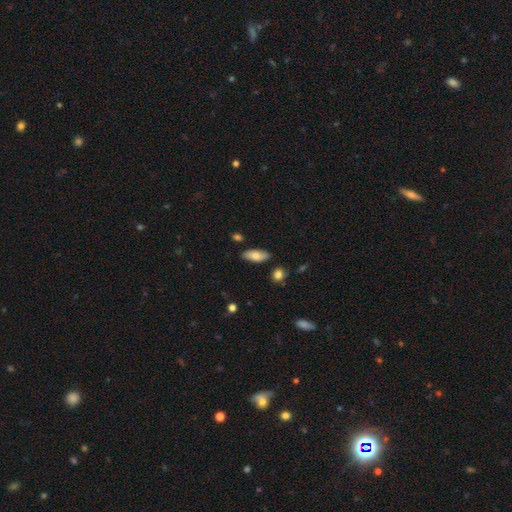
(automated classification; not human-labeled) Q: Smooth or featured?
A: smooth (77%); runner-up: featured or disk (17%)
Q: How rounded?
A: in between (82%); runner-up: cigar-shaped (16%)
Q: Merging?
A: none (85%); runner-up: minor disturbance (11%)